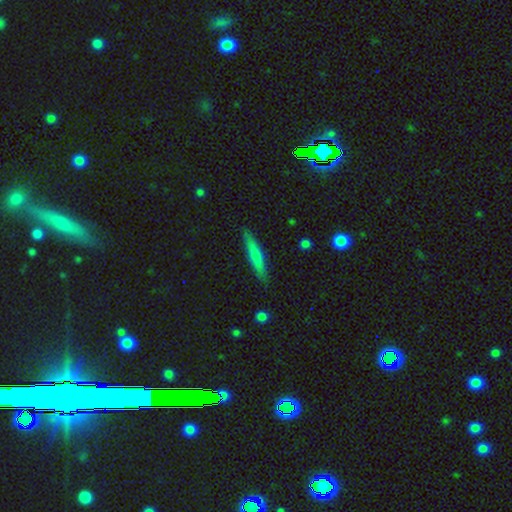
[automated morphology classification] This appears to be a smooth galaxy with no disk features (56%) that is cigar-shaped (91%). Merging: none (89%).